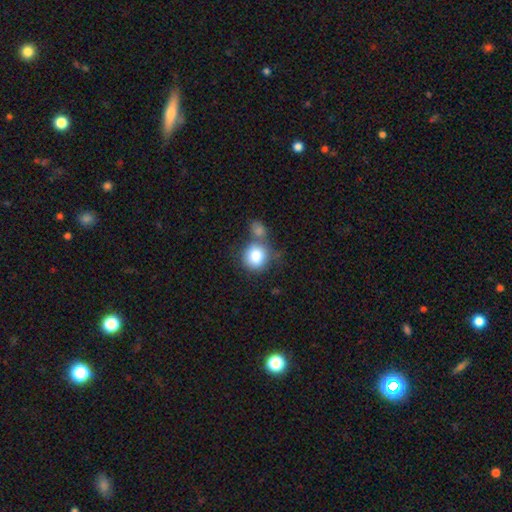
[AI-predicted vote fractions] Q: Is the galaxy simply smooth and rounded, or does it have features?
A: smooth — 83%.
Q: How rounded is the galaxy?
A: round — 86%.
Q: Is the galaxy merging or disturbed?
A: none — 48%.